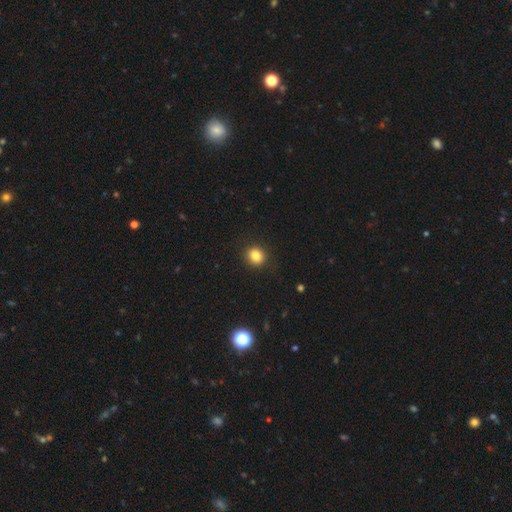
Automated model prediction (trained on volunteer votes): Morphology: type=smooth (84%); roundness=round (76%); merging=none (89%).